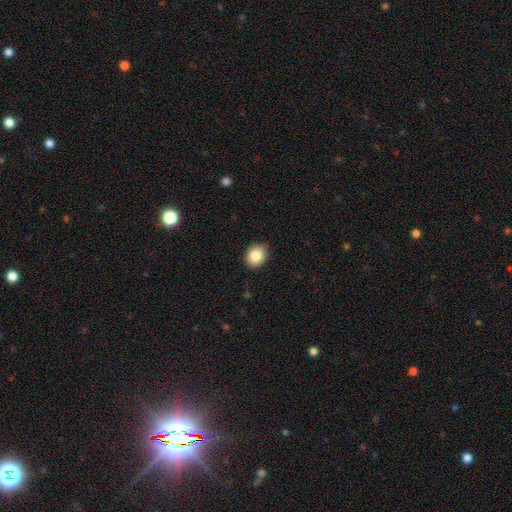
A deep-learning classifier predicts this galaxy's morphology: Smooth or featured? Predicted: smooth (p=0.84). How rounded? Predicted: round (p=0.59). Merging? Predicted: none (p=0.87).